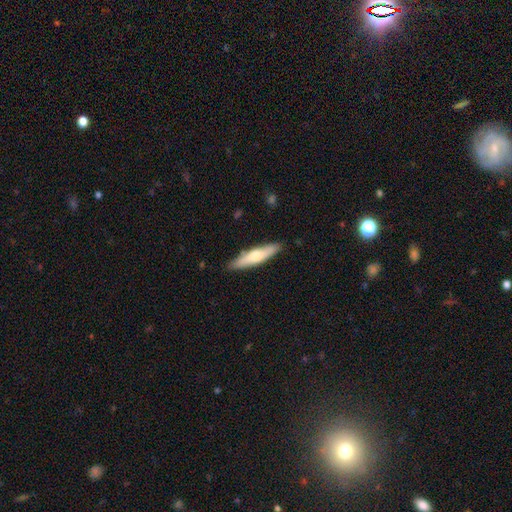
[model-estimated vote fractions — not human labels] Q: Smooth or featured?
A: smooth (56%); runner-up: featured or disk (39%)
Q: How rounded?
A: cigar-shaped (80%); runner-up: in between (18%)
Q: Merging?
A: none (87%); runner-up: minor disturbance (10%)